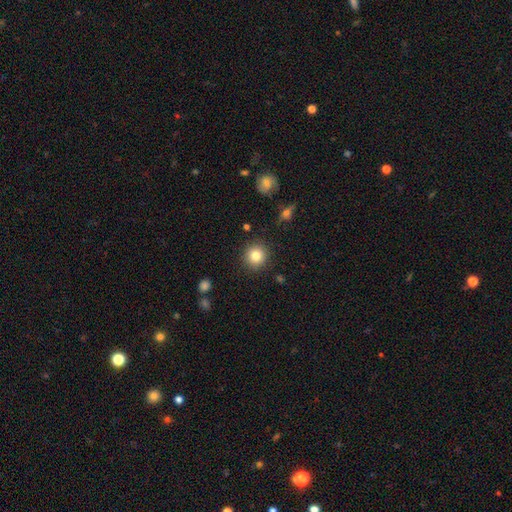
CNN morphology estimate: Smooth or featured? Predicted: smooth (p=0.82). How rounded? Predicted: round (p=0.92). Merging? Predicted: none (p=0.90).